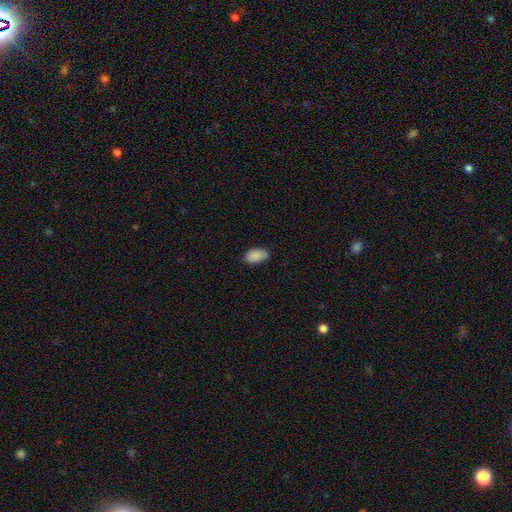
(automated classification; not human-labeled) This is clearly a smooth galaxy (89%). How rounded: clearly in between (93%). Merging: clearly none (80%).